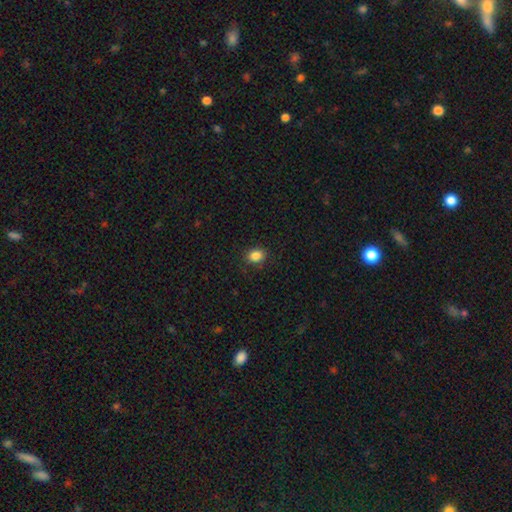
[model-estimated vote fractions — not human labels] Smooth or featured?
  - smooth: 86% *
  - star or artifact: 10%
  - featured or disk: 4%
How rounded?
  - in between: 54% *
  - round: 45%
  - cigar-shaped: 1%
Merging?
  - none: 87% *
  - minor disturbance: 9%
  - major disturbance: 3%
  - merger: 1%